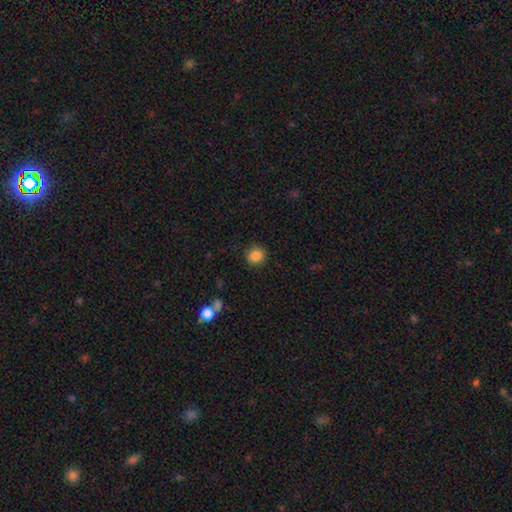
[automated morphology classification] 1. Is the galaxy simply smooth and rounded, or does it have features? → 85% smooth, 10% star or artifact, 5% featured or disk.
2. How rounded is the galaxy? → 89% round, 10% in between, 1% cigar-shaped.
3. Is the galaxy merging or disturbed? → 90% none, 6% minor disturbance, 2% major disturbance, 1% merger.